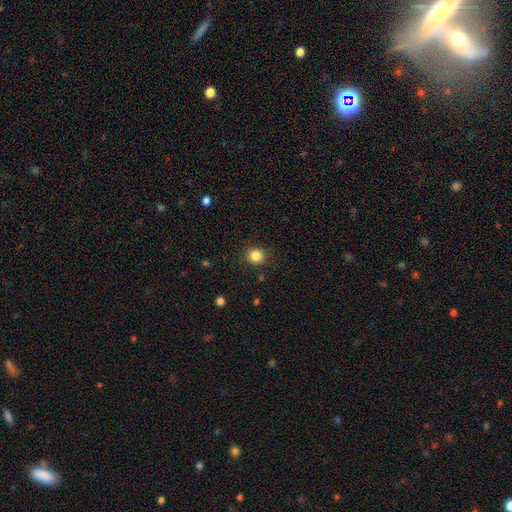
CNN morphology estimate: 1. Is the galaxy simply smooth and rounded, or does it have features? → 84% smooth, 11% star or artifact, 5% featured or disk.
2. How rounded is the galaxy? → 90% round, 9% in between, 1% cigar-shaped.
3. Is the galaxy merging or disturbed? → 89% none, 7% minor disturbance, 2% major disturbance, 1% merger.